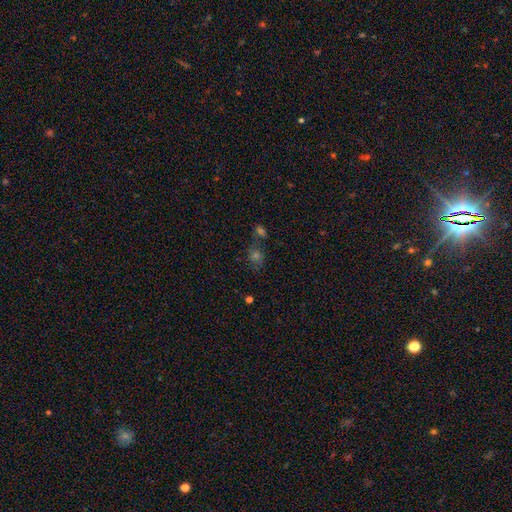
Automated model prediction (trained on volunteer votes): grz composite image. It shows a smooth galaxy with no disk features (42%). Merging: none (56%).